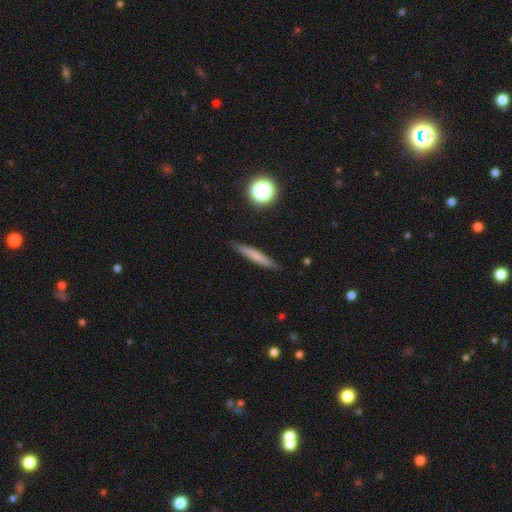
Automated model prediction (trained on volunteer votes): The model was most divided on "smooth or featured": smooth: 63%, featured or disk: 28%, star or artifact: 9%. More confident: how rounded — cigar-shaped (92%); merging — none (87%).